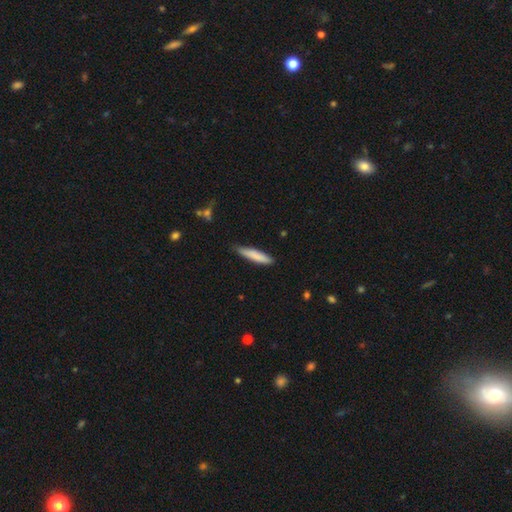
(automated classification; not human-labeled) smooth 82%, featured or disk 12%, star or artifact 6%. Down the decision tree: how rounded — cigar-shaped (85%); merging — none (78%).